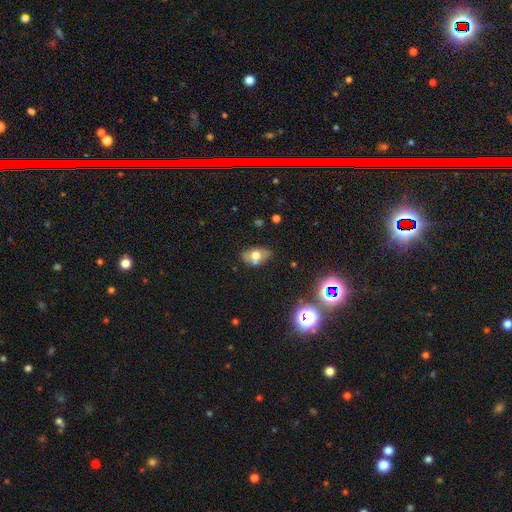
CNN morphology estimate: smooth 61%, featured or disk 27%, star or artifact 12%. Down the decision tree: how rounded — in between (85%); merging — none (63%).